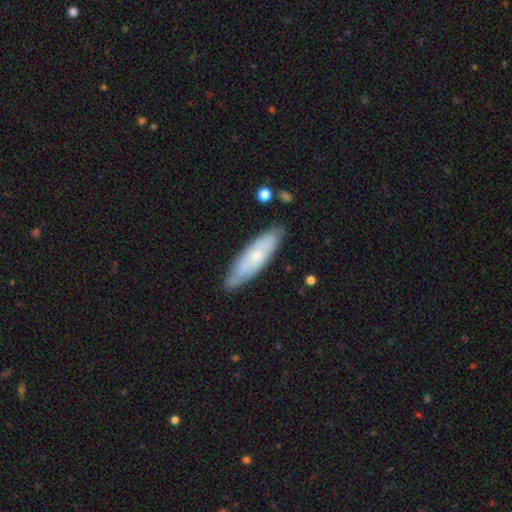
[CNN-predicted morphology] A smooth galaxy with no disk features (54%) that is cigar-shaped (65%). Merging: none (80%).